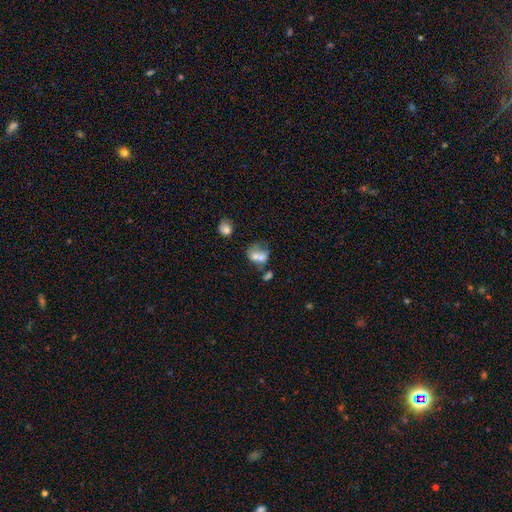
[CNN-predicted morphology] type=smooth (63%); roundness=in between (60%); merging=merger (41%).